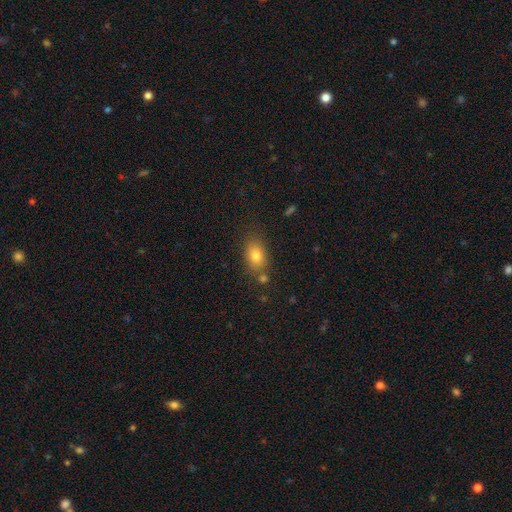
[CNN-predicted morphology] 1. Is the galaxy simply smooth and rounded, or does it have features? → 80% smooth, 11% star or artifact, 10% featured or disk.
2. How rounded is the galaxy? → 80% in between, 17% round, 2% cigar-shaped.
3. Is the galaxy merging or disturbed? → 73% none, 14% minor disturbance, 9% merger, 4% major disturbance.